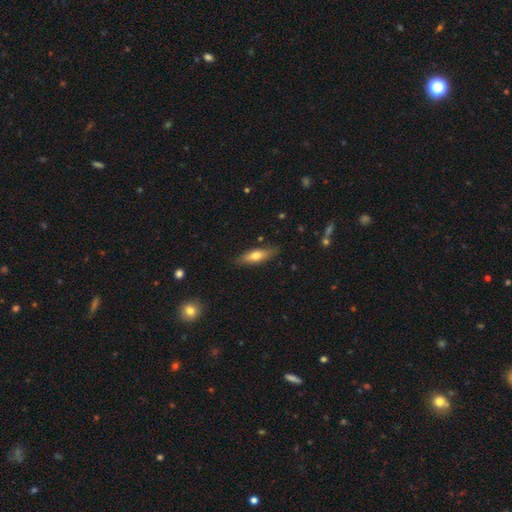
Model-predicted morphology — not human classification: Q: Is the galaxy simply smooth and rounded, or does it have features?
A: smooth — 65%.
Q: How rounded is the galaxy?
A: in between — 49%.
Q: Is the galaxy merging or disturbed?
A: none — 82%.